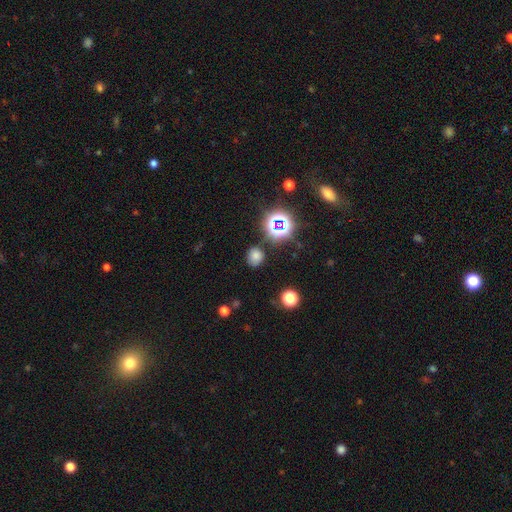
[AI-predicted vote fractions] This is likely a smooth galaxy (69%). How rounded: likely round (78%). Merging: clearly none (81%).